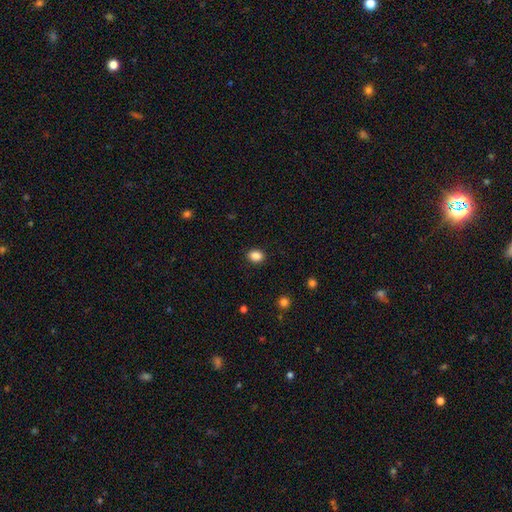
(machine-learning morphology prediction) This appears to be a smooth galaxy with no disk features (87%) that is in between round and cigar-shaped (55%). Merging: none (89%).